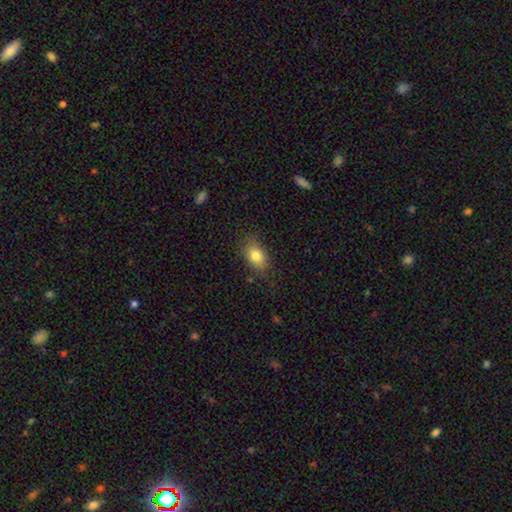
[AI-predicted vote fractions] Smooth or featured? Predicted: smooth (p=0.82). How rounded? Predicted: in between (p=0.81). Merging? Predicted: none (p=0.77).